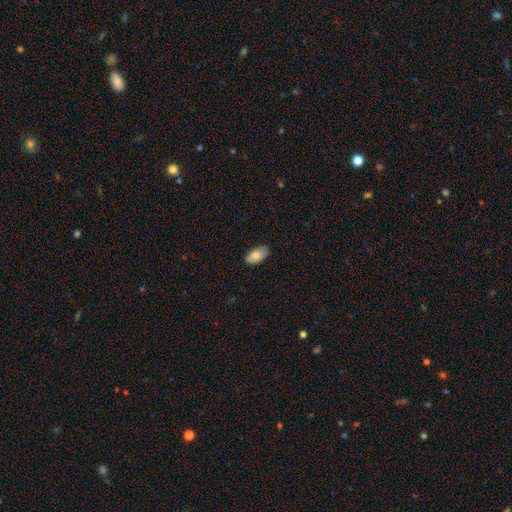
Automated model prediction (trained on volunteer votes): smooth_or_featured: smooth (p=0.82) [alt: featured or disk p=0.12]
how_rounded: in between (p=0.94) [alt: round p=0.03]
merging: none (p=0.79) [alt: minor disturbance p=0.18]